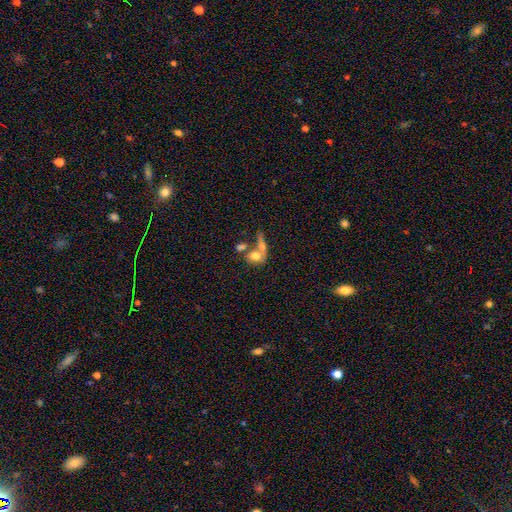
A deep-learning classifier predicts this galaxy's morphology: smooth_or_featured: smooth (p=0.67) [alt: featured or disk p=0.23]
how_rounded: in between (p=0.63) [alt: round p=0.33]
merging: merger (p=0.60) [alt: none p=0.22]